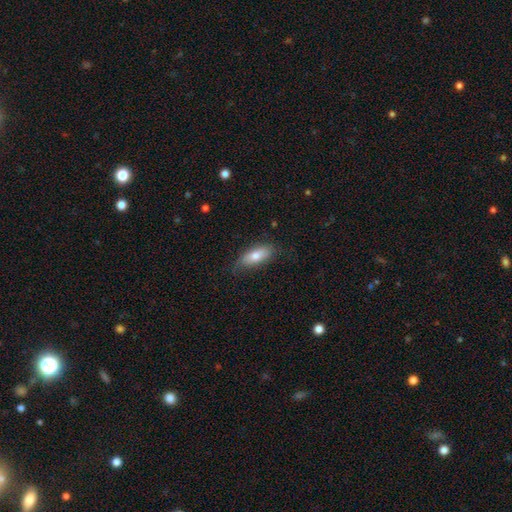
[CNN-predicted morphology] Smooth or featured?
  - smooth: 71% *
  - featured or disk: 22%
  - star or artifact: 6%
How rounded?
  - in between: 79% *
  - cigar-shaped: 18%
  - round: 3%
Merging?
  - none: 70% *
  - minor disturbance: 23%
  - major disturbance: 6%
  - merger: 1%